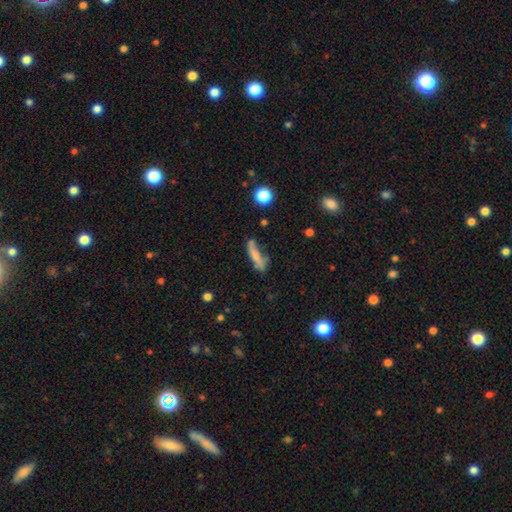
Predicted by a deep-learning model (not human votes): smooth_or_featured: smooth (p=0.63) [alt: featured or disk p=0.28]
how_rounded: cigar-shaped (p=0.74) [alt: in between p=0.23]
merging: none (p=0.51) [alt: minor disturbance p=0.28]